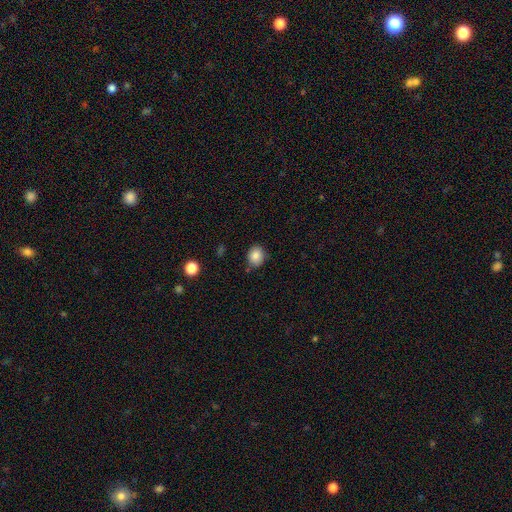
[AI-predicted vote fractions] smooth 86%, star or artifact 9%, featured or disk 5%. Down the decision tree: how rounded — round (57%); merging — none (79%).